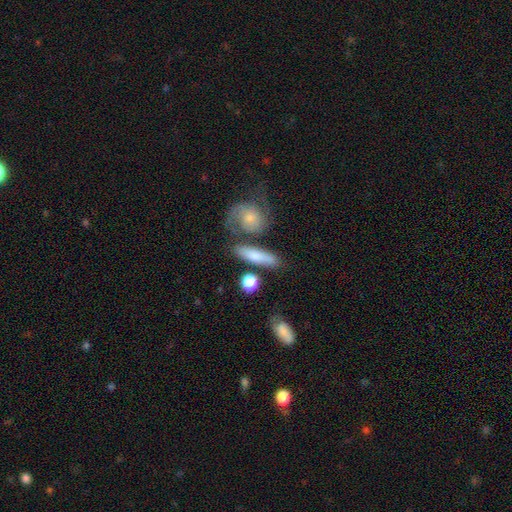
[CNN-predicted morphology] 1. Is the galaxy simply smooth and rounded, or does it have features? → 71% smooth, 22% featured or disk, 7% star or artifact.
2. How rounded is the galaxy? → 61% cigar-shaped, 29% in between, 10% round.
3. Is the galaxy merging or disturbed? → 66% none, 14% merger, 14% minor disturbance, 6% major disturbance.